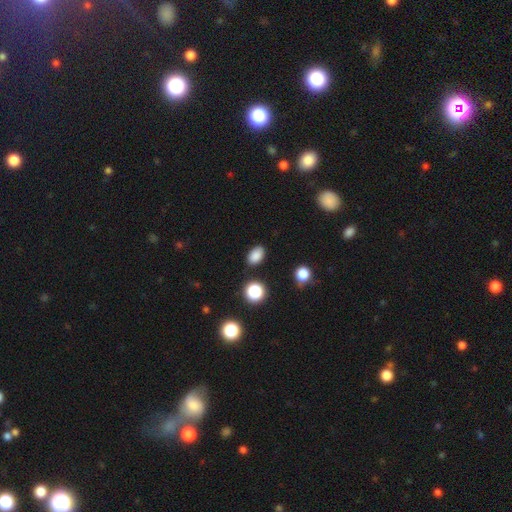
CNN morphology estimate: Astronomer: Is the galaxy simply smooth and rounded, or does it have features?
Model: smooth — 84%.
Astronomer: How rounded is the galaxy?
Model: in between — 86%.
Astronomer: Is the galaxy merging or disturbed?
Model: none — 86%.